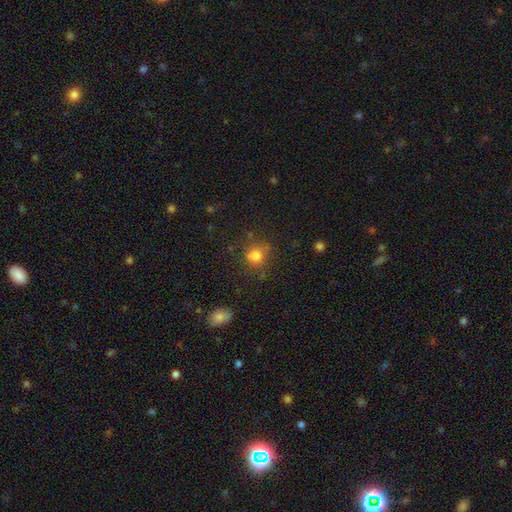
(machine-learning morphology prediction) Overall: smooth (77%). How rounded: round (88%). Merging: none (77%).